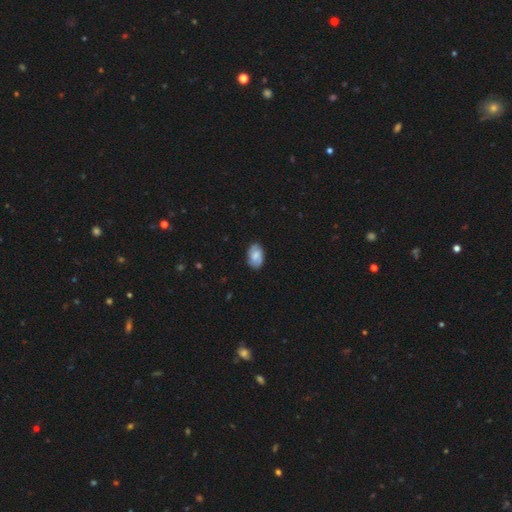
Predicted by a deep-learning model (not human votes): A smooth galaxy with no disk features (61%) that is in between round and cigar-shaped (89%).

Vote fractions:
- Smooth or featured? smooth: 61% / featured or disk: 32% / star or artifact: 8%
- How rounded? in between: 89% / round: 10% / cigar-shaped: 1%
- Merging? none: 81% / minor disturbance: 15% / major disturbance: 3% / merger: 1%